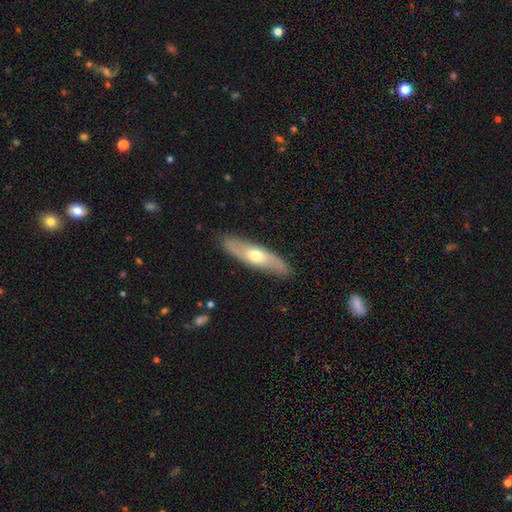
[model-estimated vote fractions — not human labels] Q: Smooth or featured?
A: featured or disk (49%); runner-up: smooth (46%)
Q: Merging?
A: none (87%); runner-up: minor disturbance (10%)